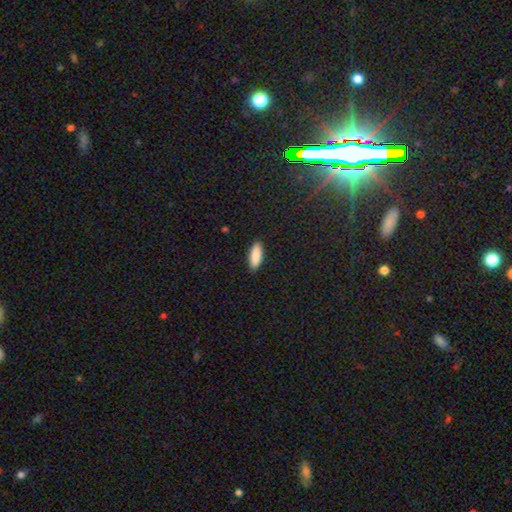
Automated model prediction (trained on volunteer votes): Smooth or featured?
  - smooth: 89% *
  - star or artifact: 6%
  - featured or disk: 6%
How rounded?
  - in between: 69% *
  - cigar-shaped: 29%
  - round: 2%
Merging?
  - none: 89% *
  - minor disturbance: 8%
  - major disturbance: 2%
  - merger: 1%